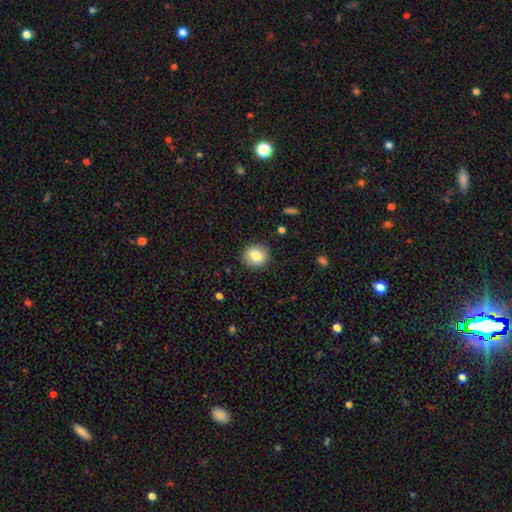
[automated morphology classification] smooth 83%, star or artifact 9%, featured or disk 9%. Down the decision tree: how rounded — round (85%); merging — none (89%).